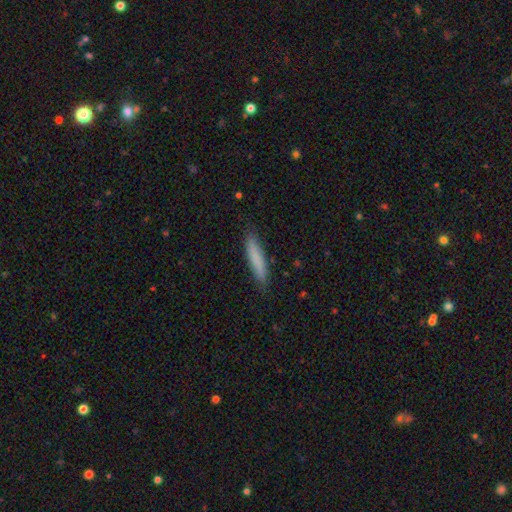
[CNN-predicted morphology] smooth-or-featured: smooth: 79% | featured or disk: 15% | star or artifact: 7%
  how-rounded: cigar-shaped: 92% | in between: 7% | round: 1%
  merging: none: 89% | minor disturbance: 9% | major disturbance: 2% | merger: 1%